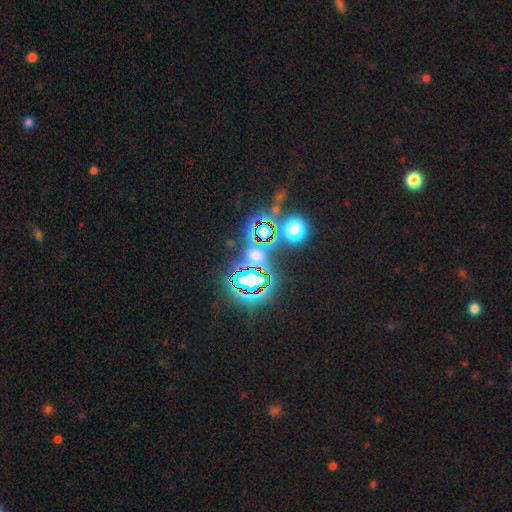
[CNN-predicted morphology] smooth_or_featured: star or artifact (p=0.72) [alt: smooth p=0.17]